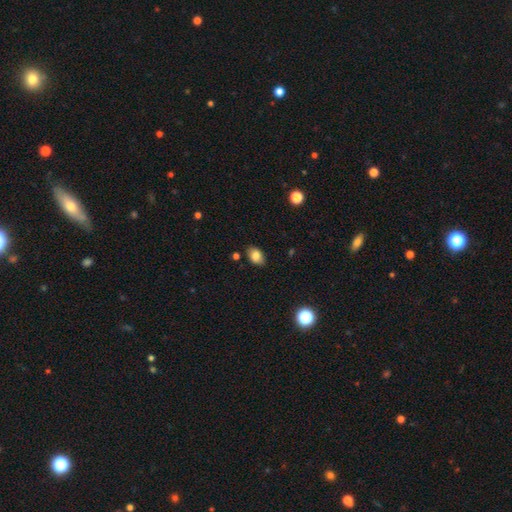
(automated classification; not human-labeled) smooth 81%, featured or disk 10%, star or artifact 9%. Down the decision tree: how rounded — in between (85%); merging — none (84%).